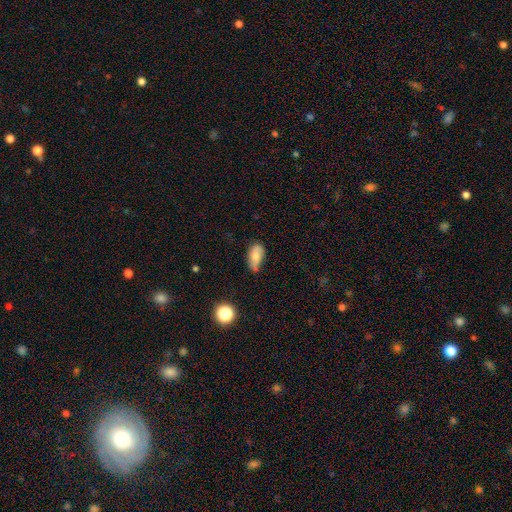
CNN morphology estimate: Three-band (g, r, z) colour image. It shows a smooth galaxy with no disk features (76%) that is in between round and cigar-shaped (90%). Merging: none (48%).